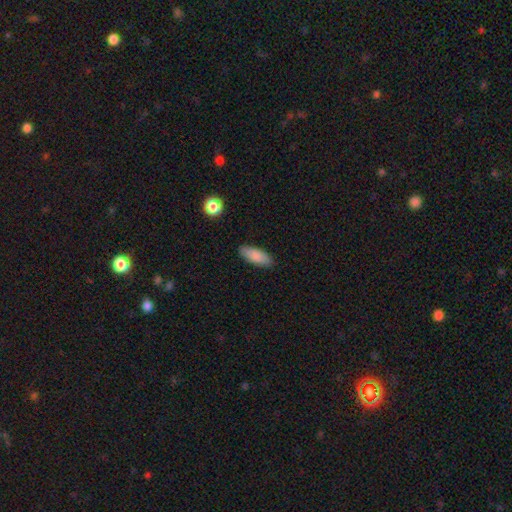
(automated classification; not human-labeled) smooth_or_featured: smooth (p=0.86) [alt: featured or disk p=0.08]
how_rounded: in between (p=0.77) [alt: cigar-shaped p=0.21]
merging: none (p=0.87) [alt: minor disturbance p=0.10]